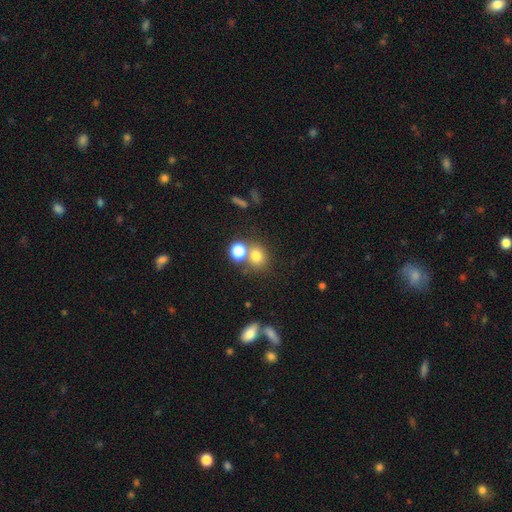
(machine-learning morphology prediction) Overall: smooth (75%). How rounded: round (74%). Merging: none (53%; merger 34%).